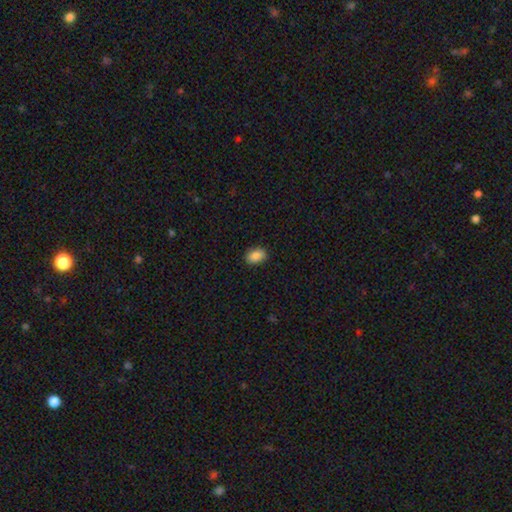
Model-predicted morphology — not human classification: smooth_or_featured: smooth (p=0.87) [alt: star or artifact p=0.08]
how_rounded: in between (p=0.80) [alt: round p=0.19]
merging: none (p=0.88) [alt: minor disturbance p=0.09]